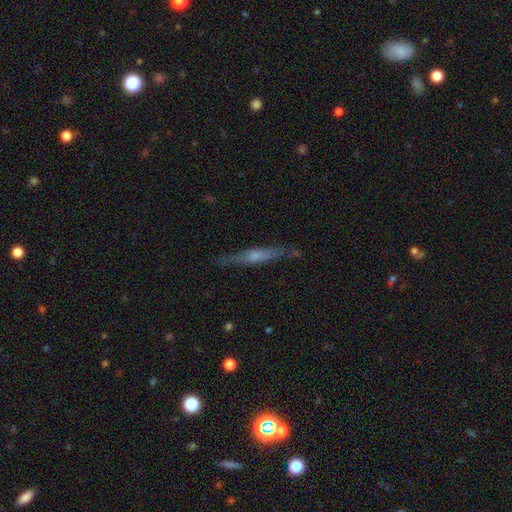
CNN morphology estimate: Smooth or featured? Predicted: featured or disk (p=0.64). Edge-on disk? Predicted: yes (p=0.95). Edge-on bulge? Predicted: rounded (p=0.66). Merging? Predicted: none (p=0.84).